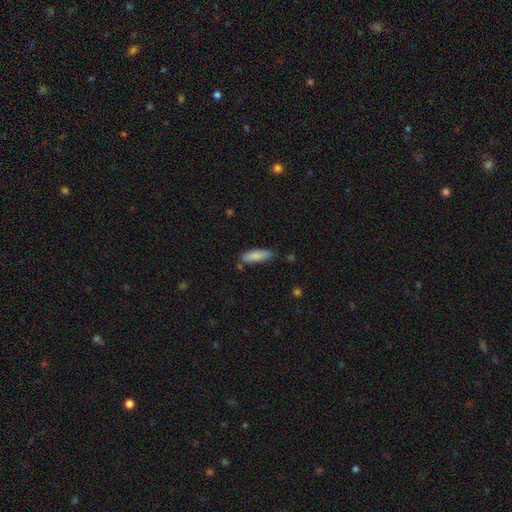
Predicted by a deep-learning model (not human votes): smooth-or-featured: smooth: 84% | featured or disk: 10% | star or artifact: 6%
  how-rounded: in between: 52% | cigar-shaped: 47% | round: 2%
  merging: none: 75% | minor disturbance: 17% | merger: 4% | major disturbance: 3%